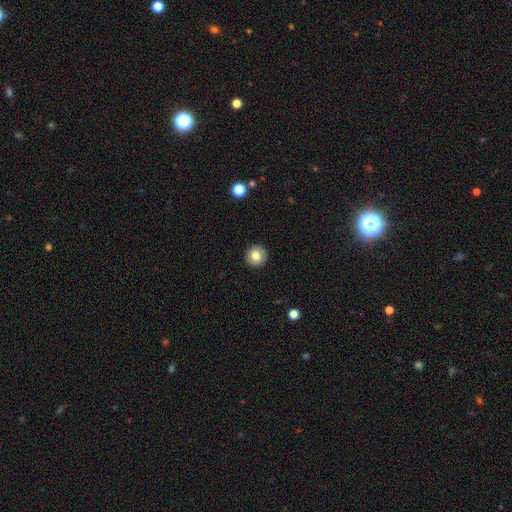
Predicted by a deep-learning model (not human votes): Q: Smooth or featured?
A: smooth (79%); runner-up: featured or disk (12%)
Q: How rounded?
A: round (94%); runner-up: in between (5%)
Q: Merging?
A: none (92%); runner-up: minor disturbance (5%)